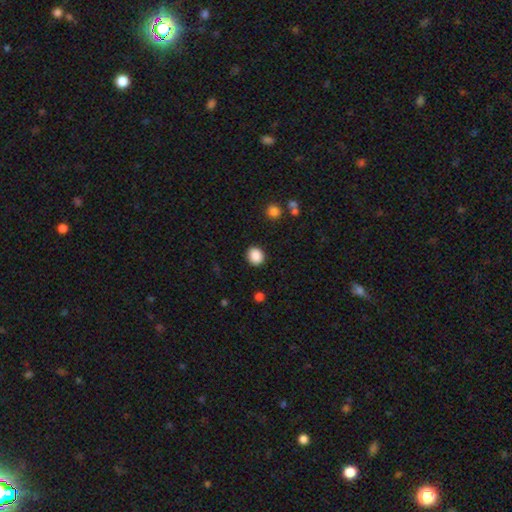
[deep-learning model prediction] Smooth or featured?
  - smooth: 89% *
  - star or artifact: 9%
  - featured or disk: 3%
How rounded?
  - round: 71% *
  - in between: 28%
  - cigar-shaped: 1%
Merging?
  - none: 90% *
  - minor disturbance: 7%
  - major disturbance: 2%
  - merger: 1%